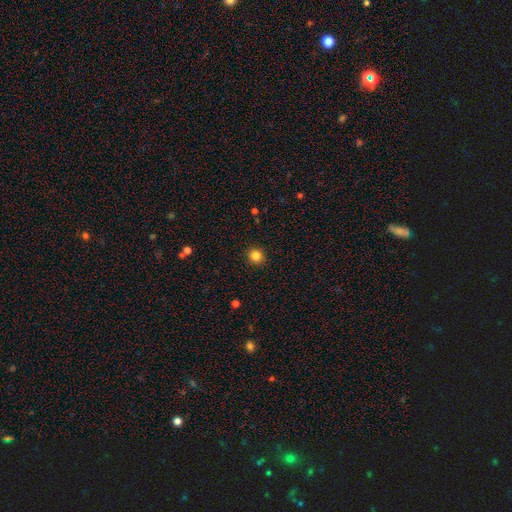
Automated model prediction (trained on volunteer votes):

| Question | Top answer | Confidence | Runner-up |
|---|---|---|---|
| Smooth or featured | smooth | 84% | star or artifact (12%) |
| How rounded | round | 88% | in between (11%) |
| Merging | none | 92% | minor disturbance (5%) |